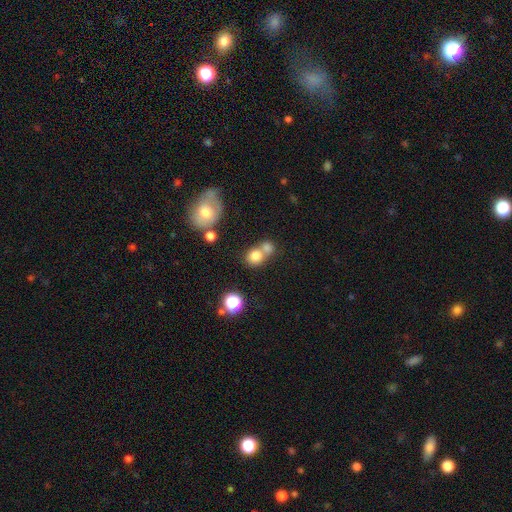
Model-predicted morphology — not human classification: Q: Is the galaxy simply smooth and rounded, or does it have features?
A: smooth — 77%.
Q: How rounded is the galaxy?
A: round — 72%.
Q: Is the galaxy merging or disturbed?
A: merger — 49%.